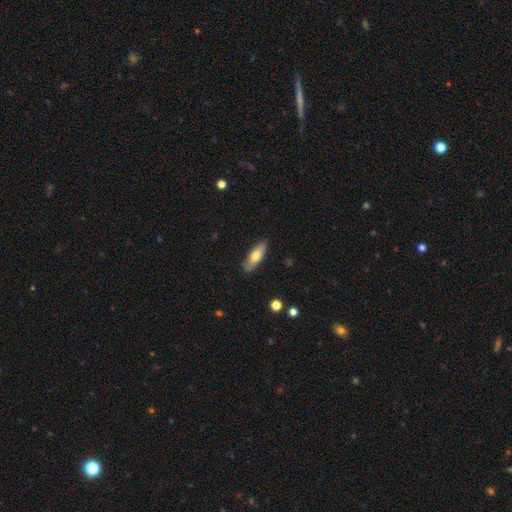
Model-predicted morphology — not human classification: smooth 68%, featured or disk 27%, star or artifact 6%. Down the decision tree: how rounded — in between (62%); merging — none (85%).